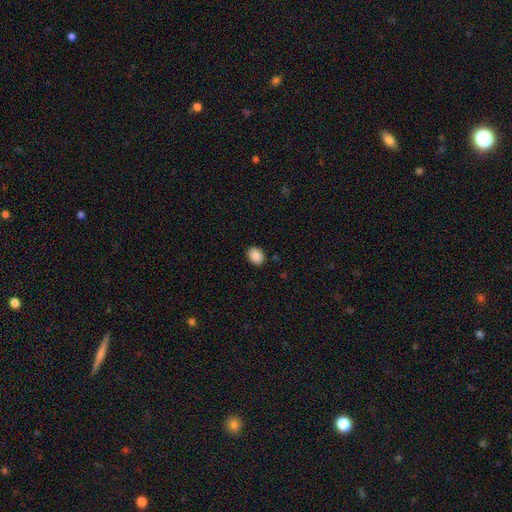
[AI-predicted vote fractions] smooth 89%, star or artifact 8%, featured or disk 3%. Down the decision tree: how rounded — in between (64%); merging — none (89%).